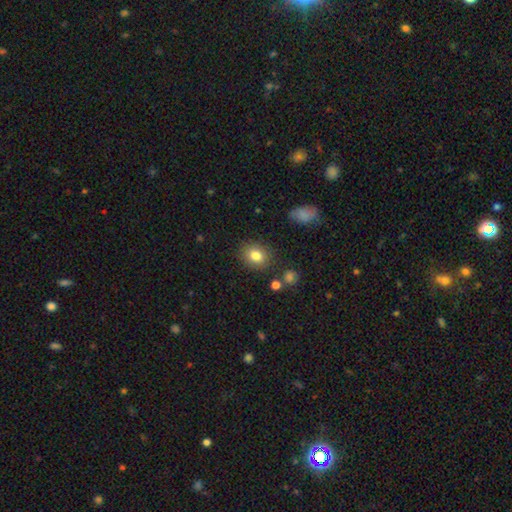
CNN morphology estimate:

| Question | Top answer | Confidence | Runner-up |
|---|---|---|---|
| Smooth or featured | smooth | 82% | star or artifact (10%) |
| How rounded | round | 59% | in between (40%) |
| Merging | none | 84% | minor disturbance (10%) |